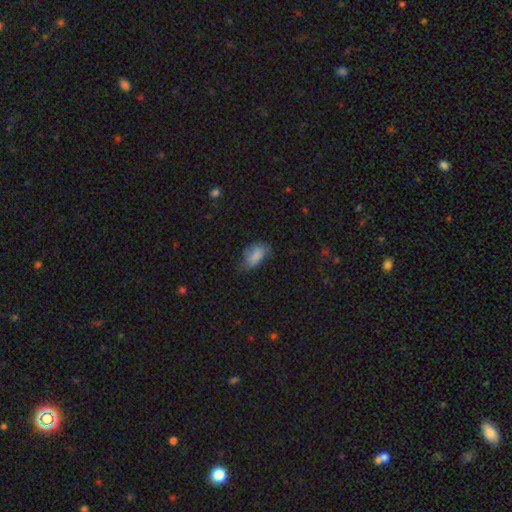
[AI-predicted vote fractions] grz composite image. It shows a smooth galaxy with no disk features (81%) that is in between round and cigar-shaped (90%). Merging: none (48%).